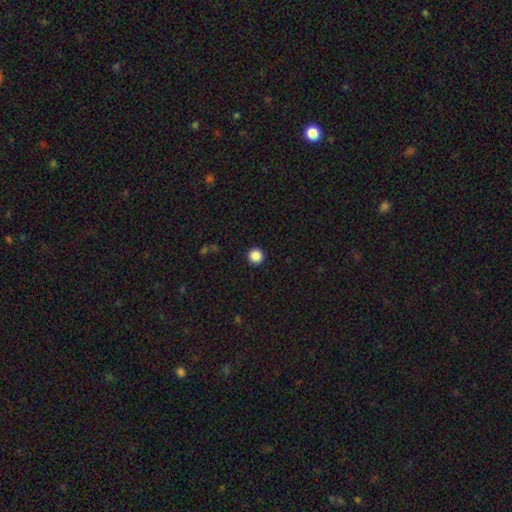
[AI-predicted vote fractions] Smooth or featured?
  - smooth: 88% *
  - star or artifact: 10%
  - featured or disk: 3%
How rounded?
  - round: 96% *
  - in between: 3%
  - cigar-shaped: 1%
Merging?
  - none: 93% *
  - minor disturbance: 4%
  - major disturbance: 2%
  - merger: 1%